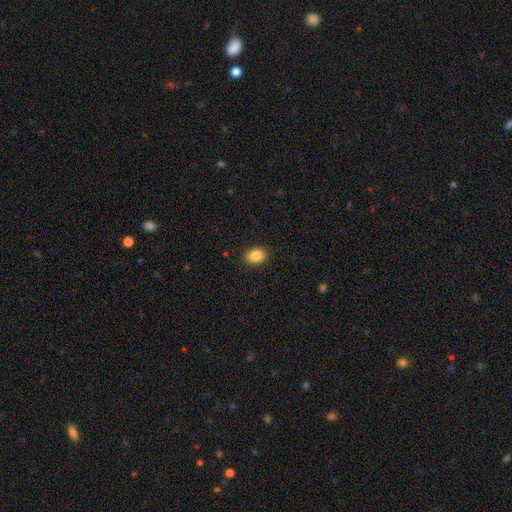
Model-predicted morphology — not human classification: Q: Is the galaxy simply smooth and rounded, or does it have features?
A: smooth — 87%.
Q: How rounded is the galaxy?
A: in between — 76%.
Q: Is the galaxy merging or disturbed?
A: none — 88%.